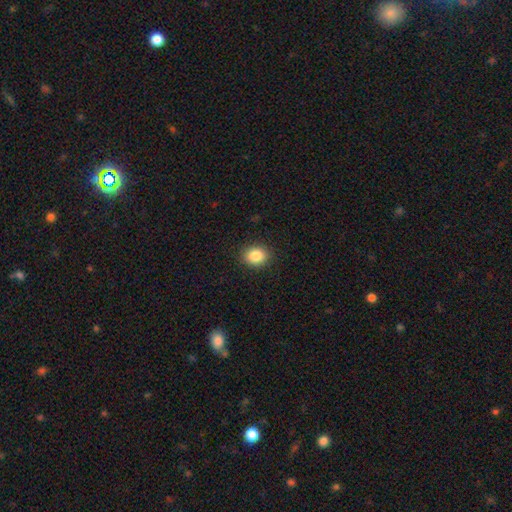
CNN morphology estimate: Q: Smooth or featured?
A: smooth (86%); runner-up: star or artifact (10%)
Q: How rounded?
A: round (61%); runner-up: in between (38%)
Q: Merging?
A: none (90%); runner-up: minor disturbance (7%)